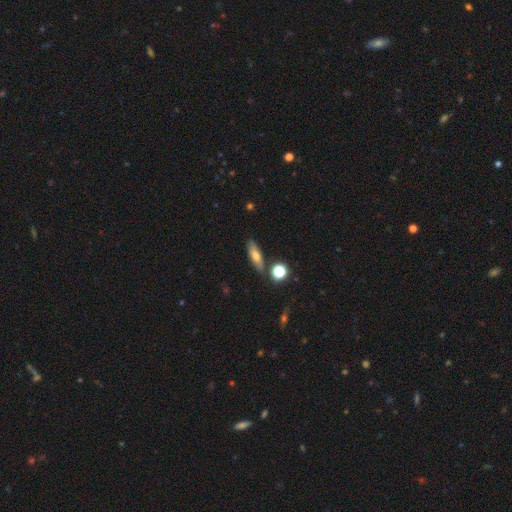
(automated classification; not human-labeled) A smooth galaxy with no disk features (62%) that is cigar-shaped (51%).

Vote fractions:
- Smooth or featured? smooth: 62% / featured or disk: 27% / star or artifact: 11%
- How rounded? cigar-shaped: 51% / in between: 43% / round: 6%
- Merging? none: 79% / minor disturbance: 12% / merger: 6% / major disturbance: 3%